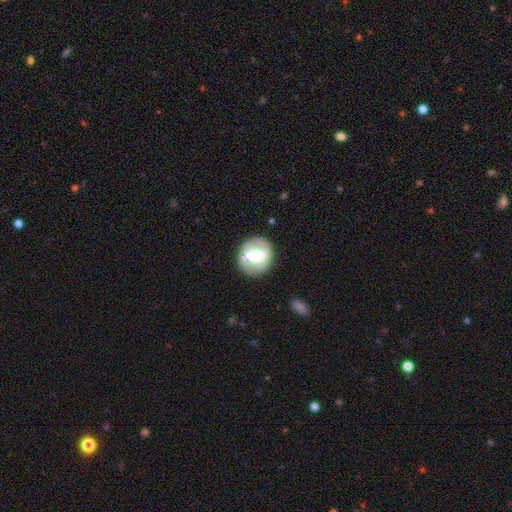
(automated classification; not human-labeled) The model was most divided on "spiral arms": yes: 54%, no: 46%. More confident: edge-on disk — no (93%); merging — none (80%); smooth or featured — featured or disk (70%); bar — strong (67%); bulge size — moderate (51%).